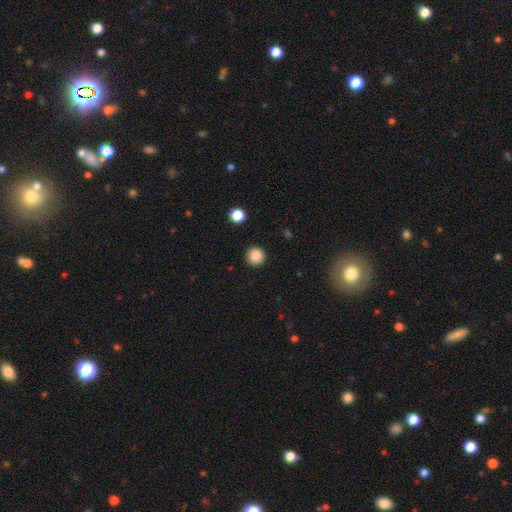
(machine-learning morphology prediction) Overall: smooth (87%). How rounded: round (95%). Merging: none (91%).